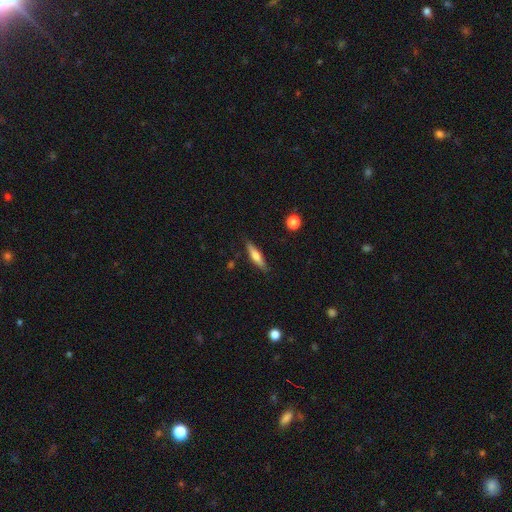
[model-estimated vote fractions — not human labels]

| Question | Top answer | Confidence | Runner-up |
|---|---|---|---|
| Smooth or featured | smooth | 58% | featured or disk (35%) |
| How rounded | cigar-shaped | 77% | in between (21%) |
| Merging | none | 84% | minor disturbance (12%) |